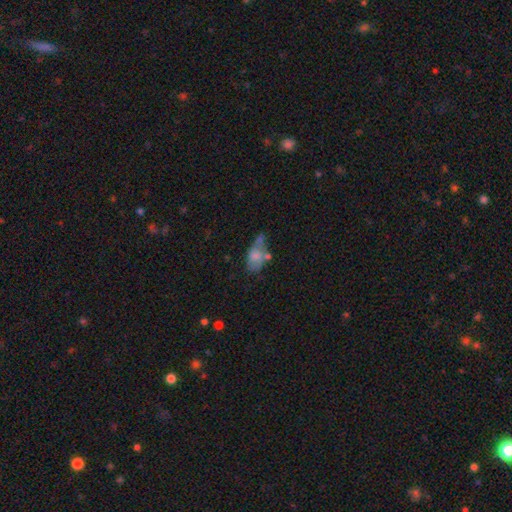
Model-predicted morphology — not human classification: A smooth galaxy with no disk features (60%) that is in between round and cigar-shaped (87%). Merging: none (27%, tied with merger).